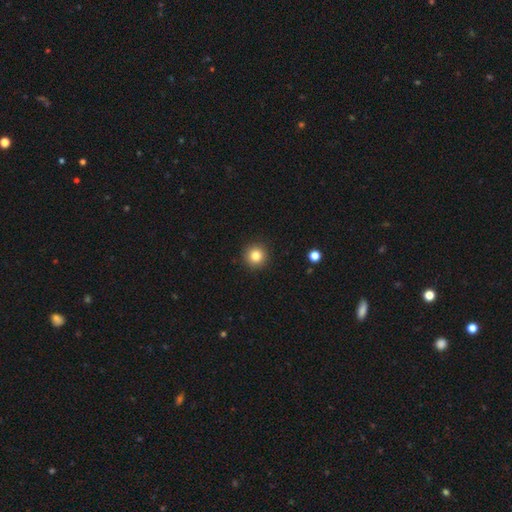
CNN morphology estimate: The model was most divided on "smooth or featured": smooth: 83%, star or artifact: 11%, featured or disk: 6%. More confident: how rounded — round (95%); merging — none (92%).